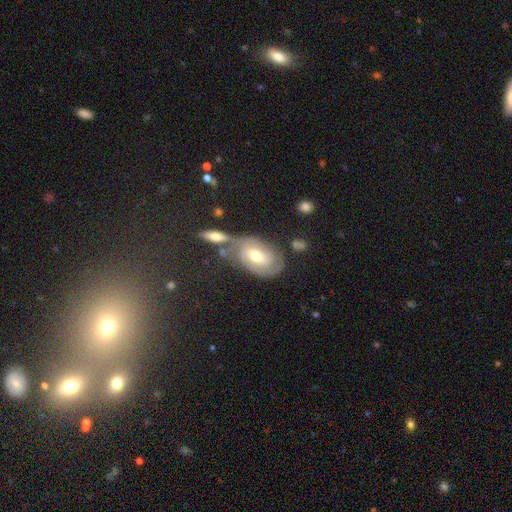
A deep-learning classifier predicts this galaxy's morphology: smooth_or_featured: featured or disk (p=0.67) [alt: smooth p=0.24]
disk_edge_on: no (p=0.94) [alt: yes p=0.06]
bar: no (p=0.47) [alt: weak p=0.41]
has_spiral_arms: yes (p=0.86) [alt: no p=0.14]
spiral_winding: tight (p=0.59) [alt: medium p=0.32]
spiral_arm_count: 2 (p=0.64) [alt: can't tell p=0.23]
bulge_size: moderate (p=0.70) [alt: small p=0.21]
merging: none (p=0.55) [alt: minor disturbance p=0.18]